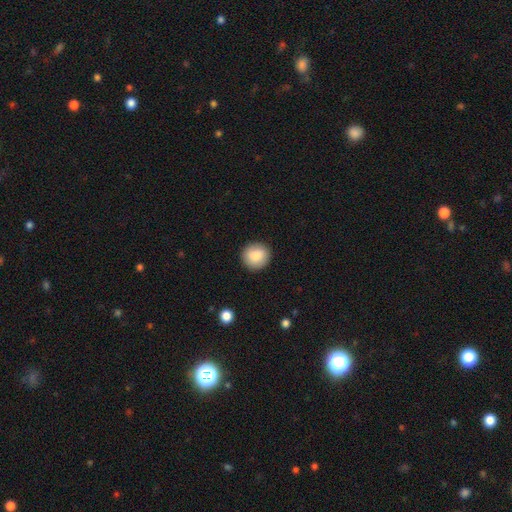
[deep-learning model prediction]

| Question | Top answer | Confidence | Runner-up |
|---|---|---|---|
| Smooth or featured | smooth | 87% | star or artifact (7%) |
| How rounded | round | 92% | in between (7%) |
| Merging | none | 91% | minor disturbance (6%) |